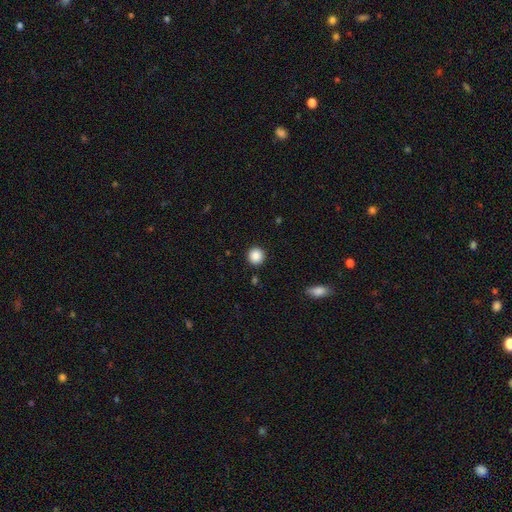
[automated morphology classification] This appears to be a smooth galaxy with no disk features (88%) that is round (94%). Merging: none (92%).